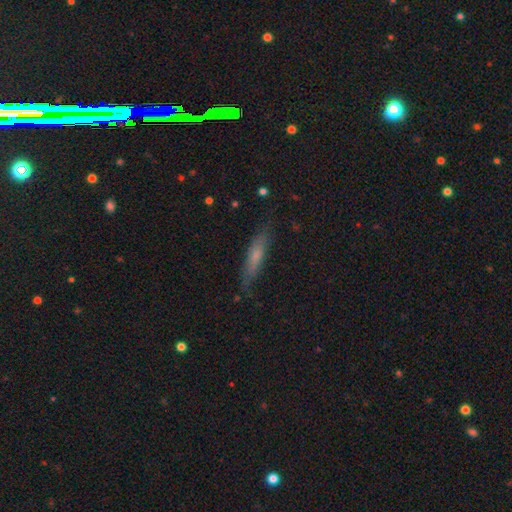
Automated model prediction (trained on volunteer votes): Overall: smooth (59%; featured or disk 33%). How rounded: cigar-shaped (84%). Merging: none (78%).